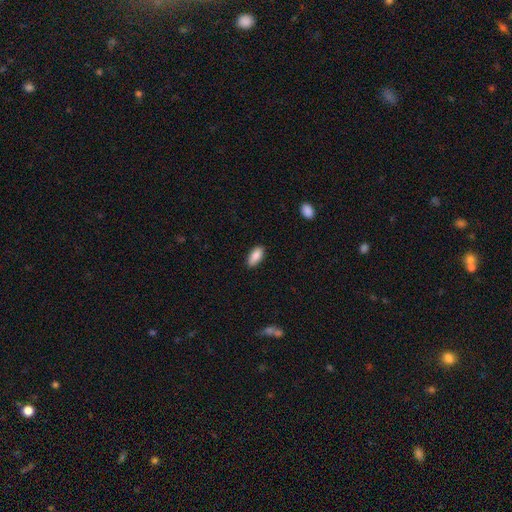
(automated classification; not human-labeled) Morphology: type=smooth (89%); roundness=in between (90%); merging=none (87%).